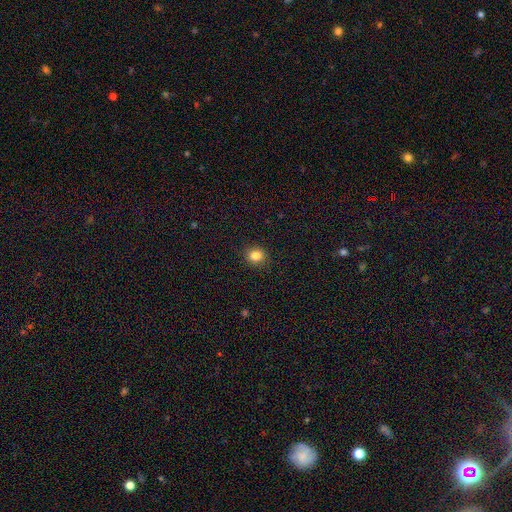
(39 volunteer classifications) Volunteers were most divided on "how rounded": round: 85%, in between: 15%, cigar-shaped: 0%. More confident: merging — none (94%); smooth or featured — smooth (87%).